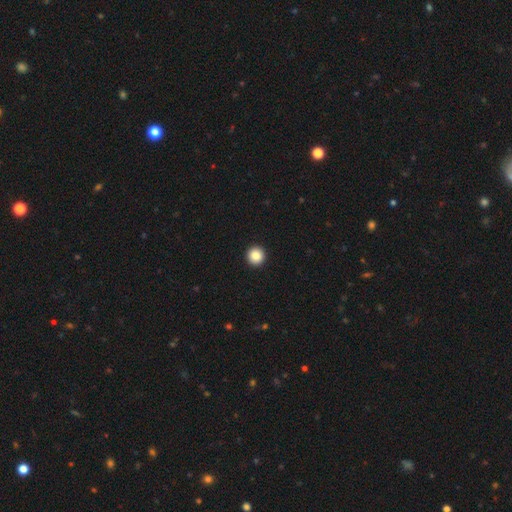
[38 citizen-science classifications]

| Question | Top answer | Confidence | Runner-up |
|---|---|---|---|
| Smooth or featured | smooth | 89% | featured or disk (8%) |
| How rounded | round | 97% | in between (3%) |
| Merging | none | 92% | major disturbance (5%) |